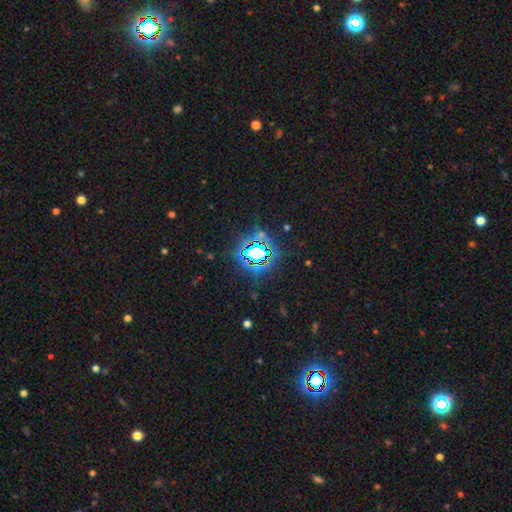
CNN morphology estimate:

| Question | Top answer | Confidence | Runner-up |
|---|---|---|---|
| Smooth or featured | star or artifact | 75% | smooth (15%) |